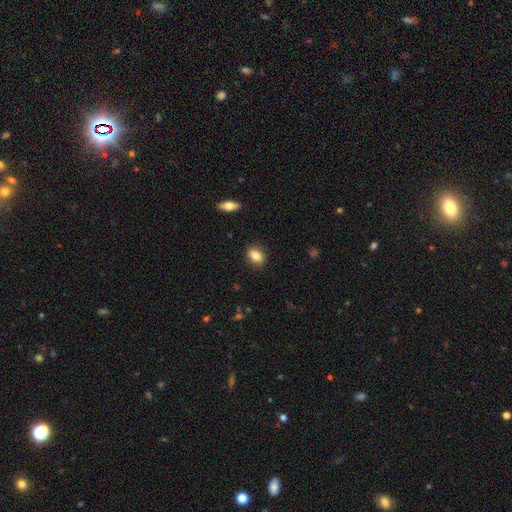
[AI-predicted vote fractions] Smooth or featured? Predicted: smooth (p=0.82). How rounded? Predicted: in between (p=0.70). Merging? Predicted: none (p=0.87).